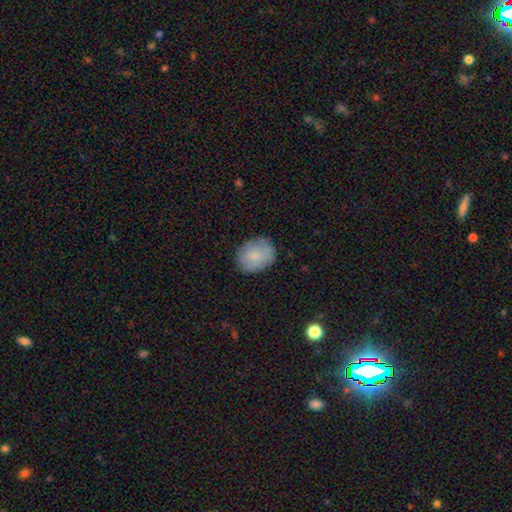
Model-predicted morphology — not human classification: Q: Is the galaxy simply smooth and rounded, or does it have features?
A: smooth — 78%.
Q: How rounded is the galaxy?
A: round — 51%.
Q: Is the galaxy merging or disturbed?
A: none — 79%.